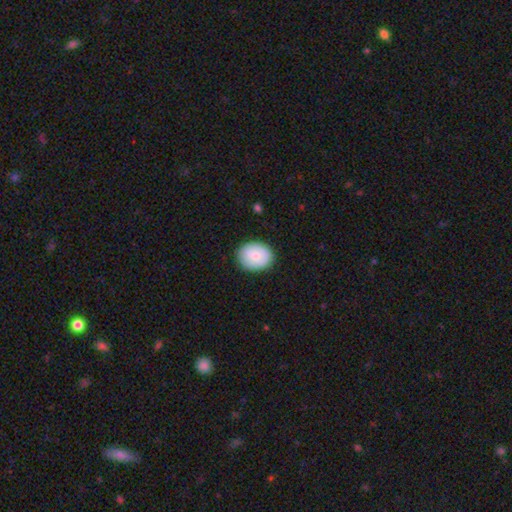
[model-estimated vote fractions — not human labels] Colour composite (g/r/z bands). It shows a smooth galaxy with no disk features (66%) that is round (55%). Merging: none (85%).